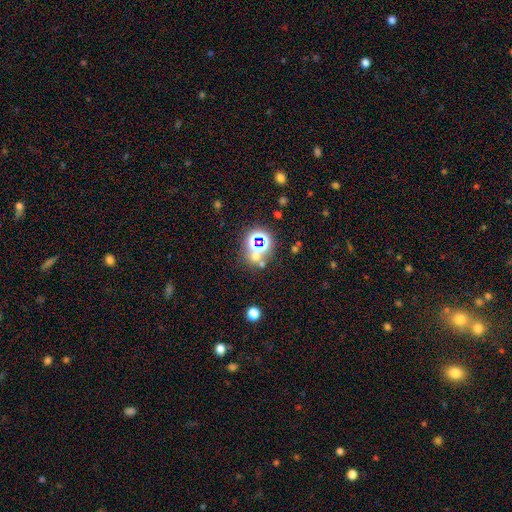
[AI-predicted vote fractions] Smooth or featured: star or artifact — 55% (smooth — 34%)